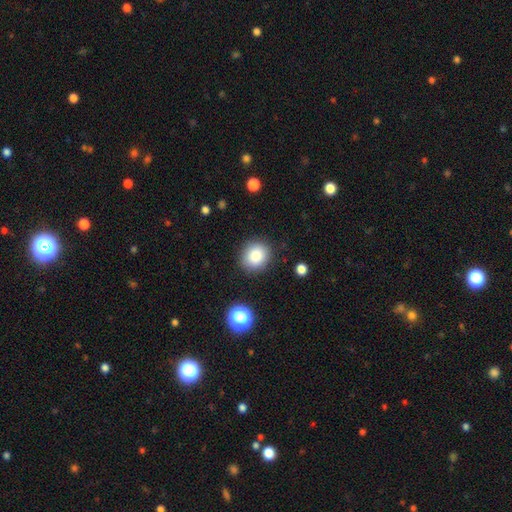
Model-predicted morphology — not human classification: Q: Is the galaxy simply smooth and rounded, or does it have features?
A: smooth — 85%.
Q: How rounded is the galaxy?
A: round — 80%.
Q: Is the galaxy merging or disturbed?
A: none — 87%.